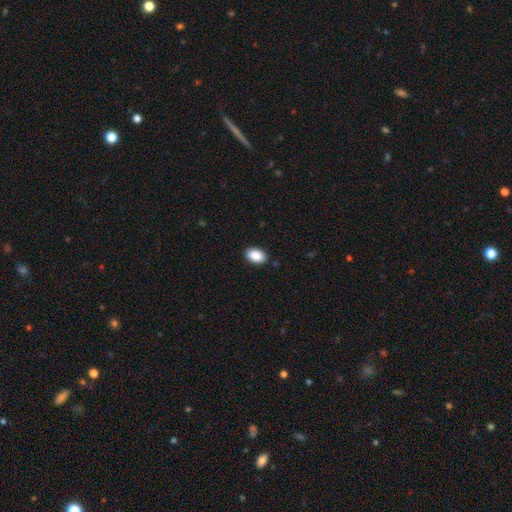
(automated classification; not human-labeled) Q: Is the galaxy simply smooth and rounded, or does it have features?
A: smooth — 89%.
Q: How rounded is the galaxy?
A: in between — 86%.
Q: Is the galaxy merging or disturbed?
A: none — 89%.